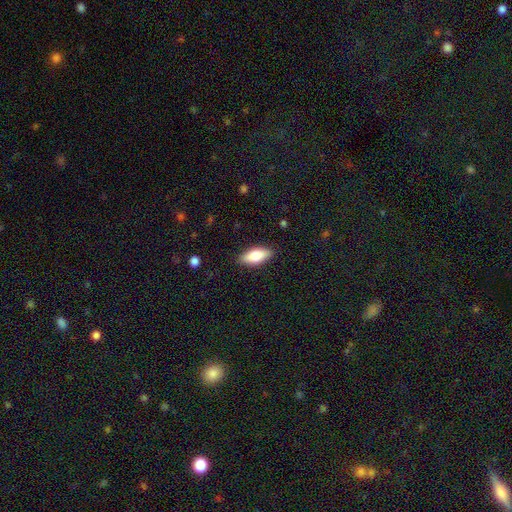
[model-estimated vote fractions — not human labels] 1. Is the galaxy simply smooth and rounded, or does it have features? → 76% smooth, 18% featured or disk, 6% star or artifact.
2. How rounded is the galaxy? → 80% in between, 17% cigar-shaped, 2% round.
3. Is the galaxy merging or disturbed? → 88% none, 9% minor disturbance, 2% major disturbance, 1% merger.